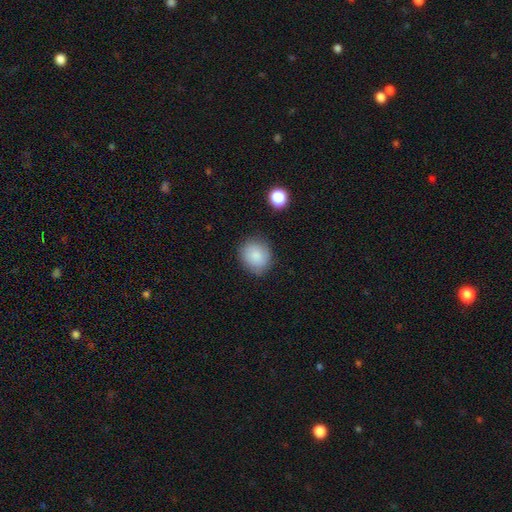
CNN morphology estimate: This is clearly a smooth galaxy (86%). How rounded: likely round (75%). Merging: clearly none (81%).